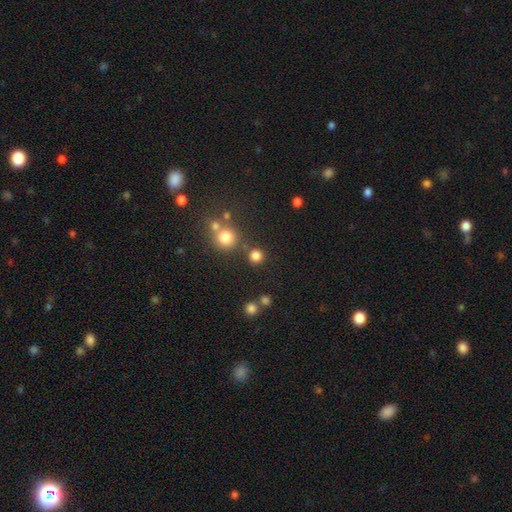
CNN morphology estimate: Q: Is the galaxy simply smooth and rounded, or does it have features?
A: smooth — 81%.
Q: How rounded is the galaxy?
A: round — 92%.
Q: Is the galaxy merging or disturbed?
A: none — 80%.